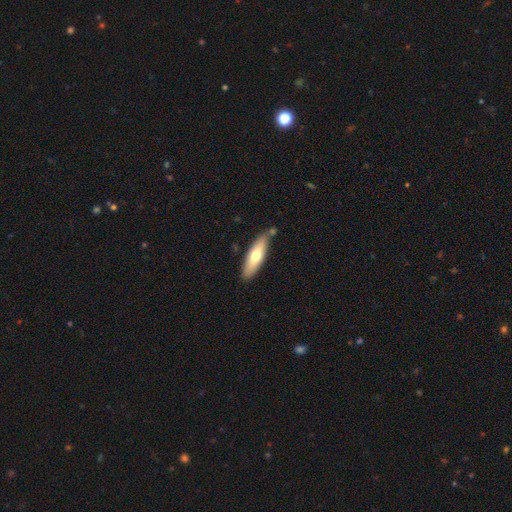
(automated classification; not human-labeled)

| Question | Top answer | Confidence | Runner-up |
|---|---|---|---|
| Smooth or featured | smooth | 65% | featured or disk (30%) |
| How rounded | cigar-shaped | 60% | in between (39%) |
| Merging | none | 78% | minor disturbance (13%) |